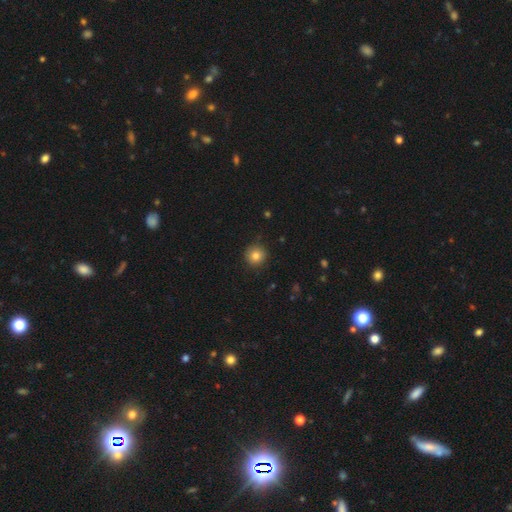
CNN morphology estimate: Smooth or featured?
  - smooth: 82% *
  - star or artifact: 11%
  - featured or disk: 7%
How rounded?
  - round: 94% *
  - in between: 5%
  - cigar-shaped: 1%
Merging?
  - none: 87% *
  - minor disturbance: 10%
  - major disturbance: 2%
  - merger: 1%